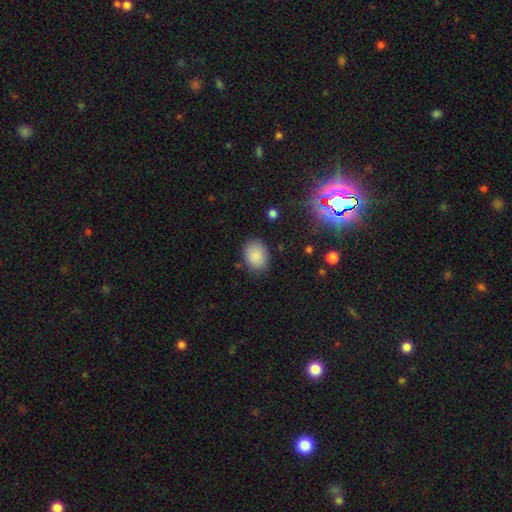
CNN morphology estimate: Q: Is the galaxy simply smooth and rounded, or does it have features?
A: smooth — 87%.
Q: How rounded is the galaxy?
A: in between — 63%.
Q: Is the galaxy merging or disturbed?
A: none — 81%.